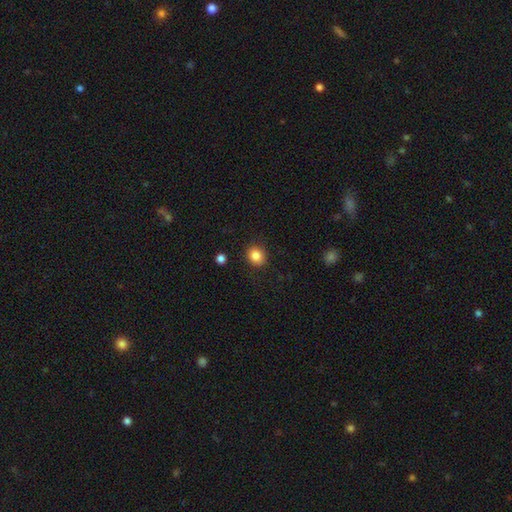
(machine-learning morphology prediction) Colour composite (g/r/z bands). It shows a smooth galaxy with no disk features (85%) that is round (68%). Merging: none (87%).